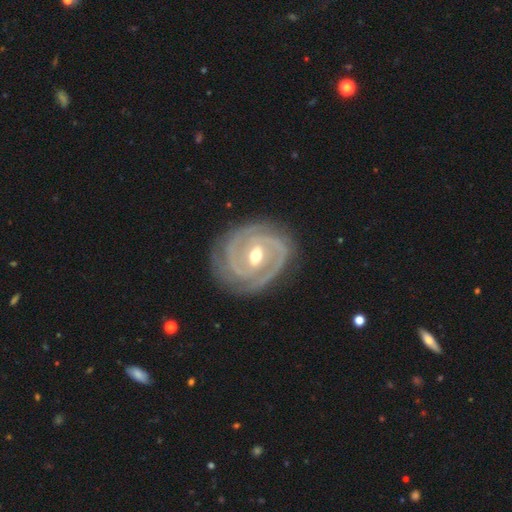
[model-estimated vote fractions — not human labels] A featured or disk galaxy (91%) with a weak bar (48%), 2 (49%) tight (73%) spiral arms (97%) and a moderate central bulge (71%).

Vote fractions:
- Smooth or featured? featured or disk: 91% / smooth: 5% / star or artifact: 4%
- Edge-on disk? no: 97% / yes: 3%
- Bar? weak: 48% / strong: 29% / no: 23%
- Spiral arms? yes: 97% / no: 3%
- Spiral winding? tight: 73% / medium: 23% / loose: 4%
- Spiral arm count? 2: 49% / 3: 24% / can't tell: 12% / 4: 5% / 1: 5% / more than 4: 4%
- Bulge size? moderate: 71% / small: 24% / large: 4% / none: 1% / dominant: 1%
- Merging? none: 80% / minor disturbance: 15% / major disturbance: 4% / merger: 1%